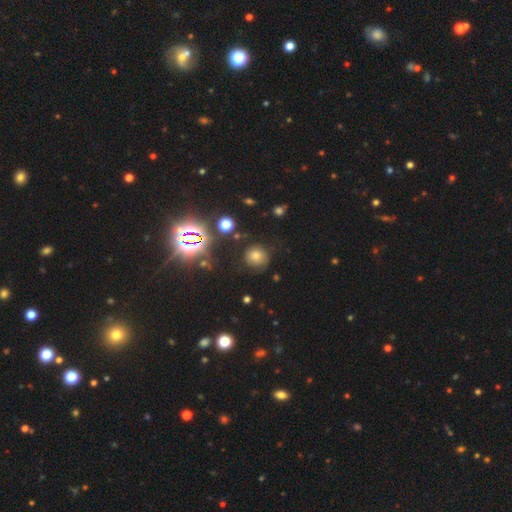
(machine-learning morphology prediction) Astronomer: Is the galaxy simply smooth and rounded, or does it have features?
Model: smooth — 59%.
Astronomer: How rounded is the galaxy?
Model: round — 88%.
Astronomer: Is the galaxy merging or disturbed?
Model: none — 80%.